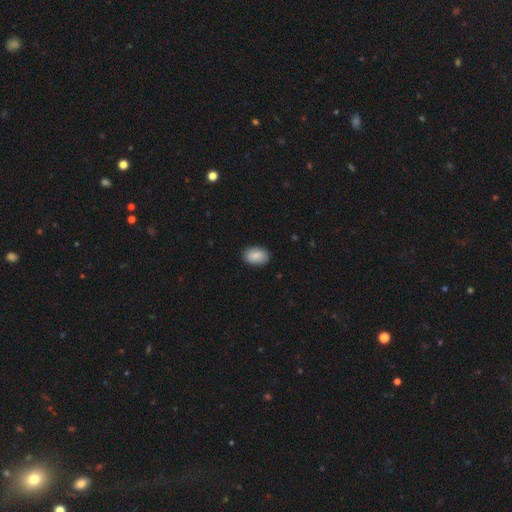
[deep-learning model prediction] Smooth or featured? Predicted: smooth (p=0.87). How rounded? Predicted: in between (p=0.88). Merging? Predicted: none (p=0.87).